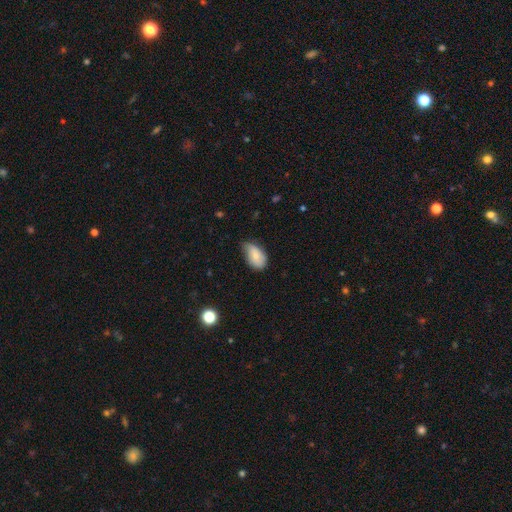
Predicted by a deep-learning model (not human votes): Smooth or featured?
  - smooth: 77% *
  - featured or disk: 16%
  - star or artifact: 7%
How rounded?
  - in between: 93% *
  - round: 6%
  - cigar-shaped: 2%
Merging?
  - minor disturbance: 45% *
  - none: 44%
  - major disturbance: 9%
  - merger: 2%